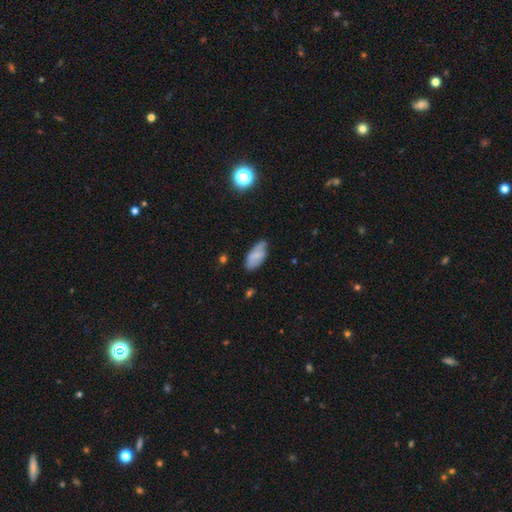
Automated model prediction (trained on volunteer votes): smooth_or_featured: smooth (p=0.67) [alt: featured or disk p=0.25]
how_rounded: in between (p=0.90) [alt: cigar-shaped p=0.08]
merging: none (p=0.59) [alt: minor disturbance p=0.31]